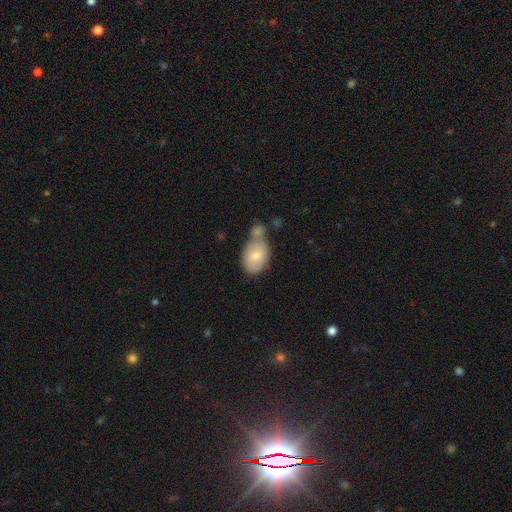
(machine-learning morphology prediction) A smooth galaxy with no disk features (76%) that is in between round and cigar-shaped (79%).

Vote fractions:
- Smooth or featured? smooth: 76% / featured or disk: 17% / star or artifact: 6%
- How rounded? in between: 79% / round: 20% / cigar-shaped: 1%
- Merging? merger: 43% / none: 38% / minor disturbance: 14% / major disturbance: 5%